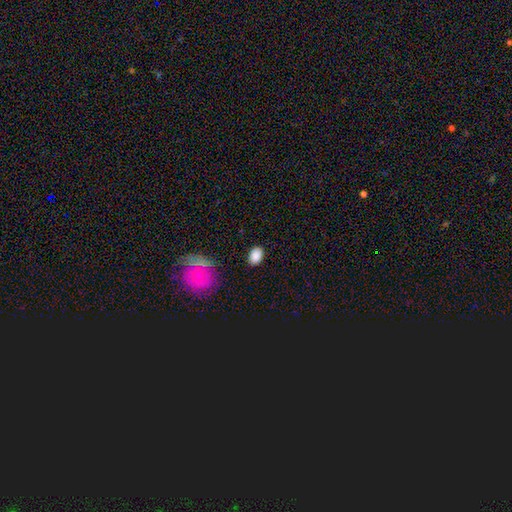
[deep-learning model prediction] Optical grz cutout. It shows a smooth galaxy with no disk features (87%) that is in between round and cigar-shaped (79%). Merging: none (84%).